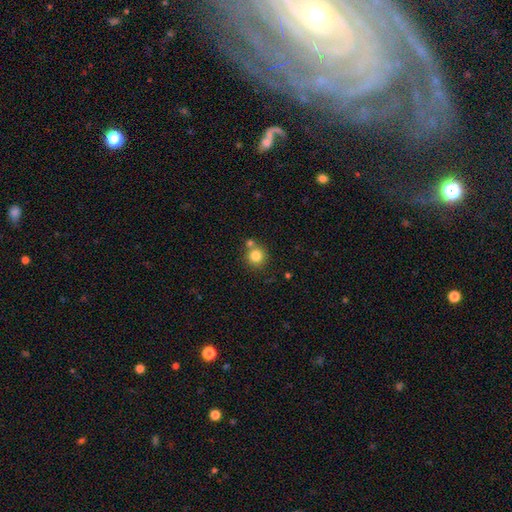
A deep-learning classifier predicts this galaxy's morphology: Smooth or featured?
  - smooth: 81% *
  - star or artifact: 11%
  - featured or disk: 7%
How rounded?
  - round: 92% *
  - in between: 7%
  - cigar-shaped: 1%
Merging?
  - none: 66% *
  - merger: 22%
  - minor disturbance: 9%
  - major disturbance: 3%